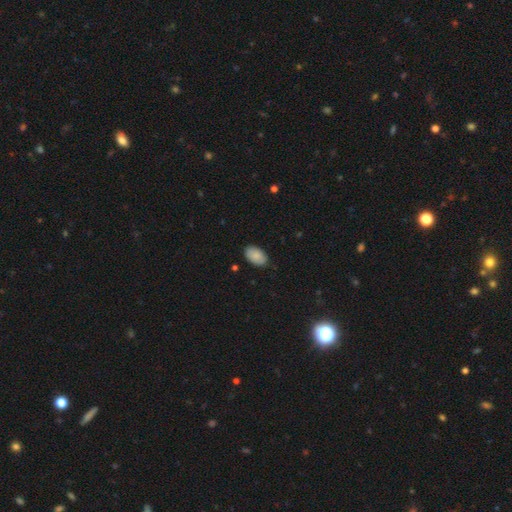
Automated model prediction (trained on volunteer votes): This appears to be a smooth galaxy with no disk features (87%) that is in between round and cigar-shaped (93%). Merging: none (85%).